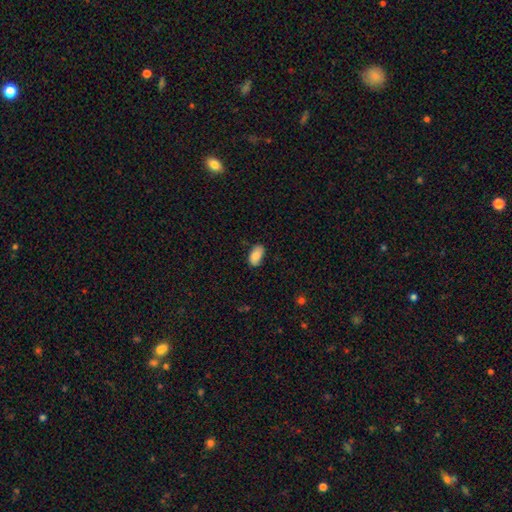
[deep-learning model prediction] A smooth galaxy with no disk features (86%) that is in between round and cigar-shaped (94%). Merging: none (78%).